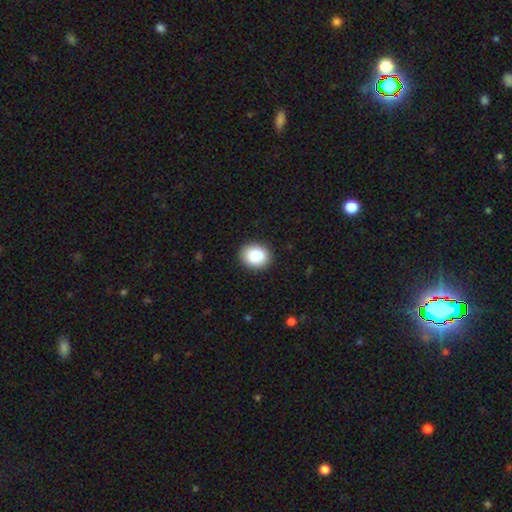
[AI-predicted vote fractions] Smooth or featured?
  - smooth: 89% *
  - star or artifact: 8%
  - featured or disk: 3%
How rounded?
  - round: 67% *
  - in between: 32%
  - cigar-shaped: 1%
Merging?
  - none: 89% *
  - minor disturbance: 8%
  - major disturbance: 2%
  - merger: 1%